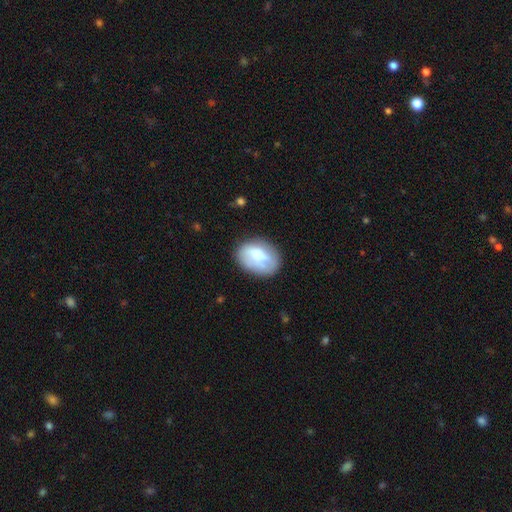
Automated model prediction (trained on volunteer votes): Smooth or featured: smooth — 68% (featured or disk — 25%)
How rounded: in between — 73% (round — 26%)
Merging: none — 62% (minor disturbance — 24%)